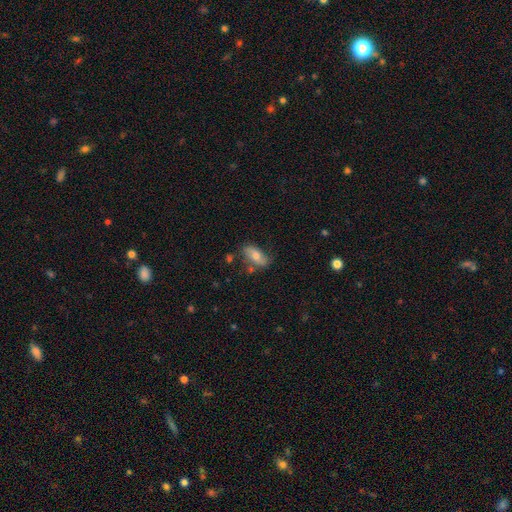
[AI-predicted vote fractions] Q: Smooth or featured?
A: smooth (61%); runner-up: featured or disk (31%)
Q: How rounded?
A: in between (86%); runner-up: cigar-shaped (10%)
Q: Merging?
A: none (66%); runner-up: minor disturbance (22%)